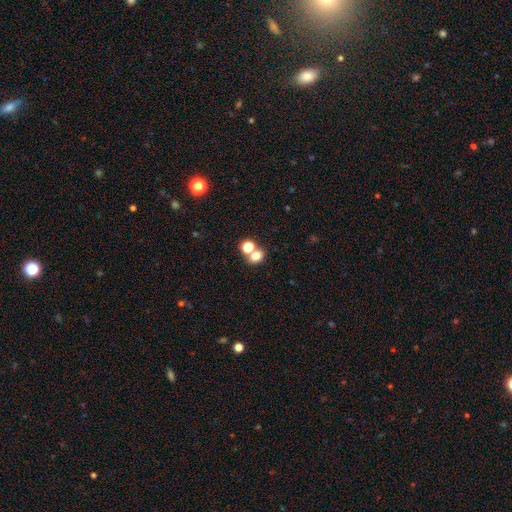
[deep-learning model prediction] Smooth or featured: smooth — 74% (star or artifact — 17%)
How rounded: round — 56% (in between — 43%)
Merging: none — 48% (merger — 41%)